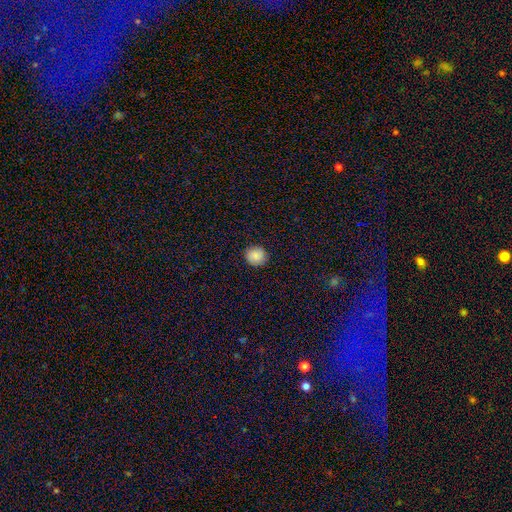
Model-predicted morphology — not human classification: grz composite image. It shows a smooth galaxy with no disk features (87%) that is round (89%). Merging: none (89%).